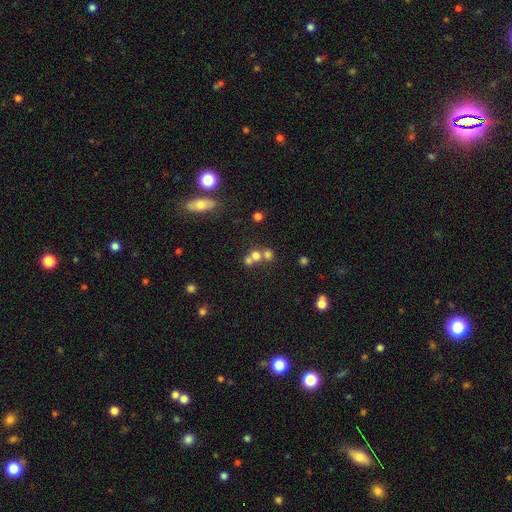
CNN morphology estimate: Smooth or featured?
  - smooth: 66% *
  - star or artifact: 18%
  - featured or disk: 16%
How rounded?
  - round: 79% *
  - in between: 19%
  - cigar-shaped: 1%
Merging?
  - merger: 53% *
  - none: 37%
  - minor disturbance: 6%
  - major disturbance: 4%